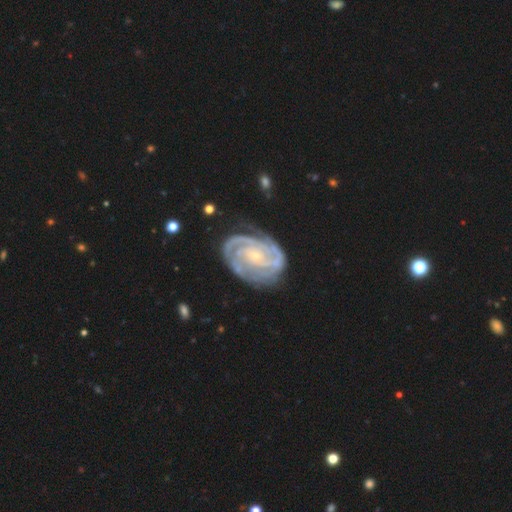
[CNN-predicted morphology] Smooth or featured: featured or disk — 91% (smooth — 5%)
Edge-on disk: no — 98% (yes — 2%)
Bar: no — 65% (weak — 26%)
Spiral arms: yes — 98% (no — 2%)
Spiral winding: tight — 68% (medium — 28%)
Spiral arm count: 2 — 29% (3 — 28%)
Bulge size: small — 82% (moderate — 14%)
Merging: none — 72% (minor disturbance — 19%)